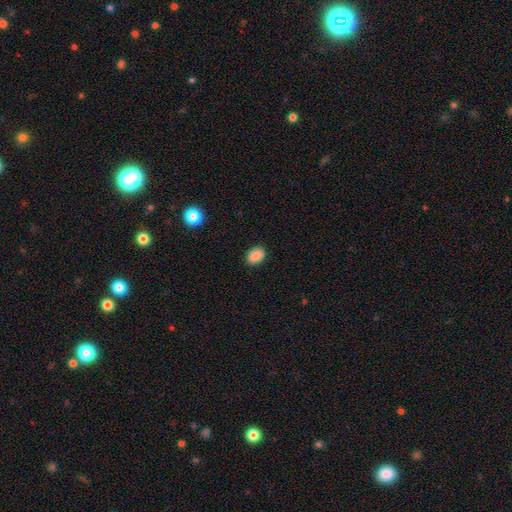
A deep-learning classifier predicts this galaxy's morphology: Smooth or featured?
  - smooth: 87% *
  - star or artifact: 8%
  - featured or disk: 5%
How rounded?
  - in between: 82% *
  - round: 17%
  - cigar-shaped: 1%
Merging?
  - none: 88% *
  - minor disturbance: 9%
  - major disturbance: 2%
  - merger: 1%